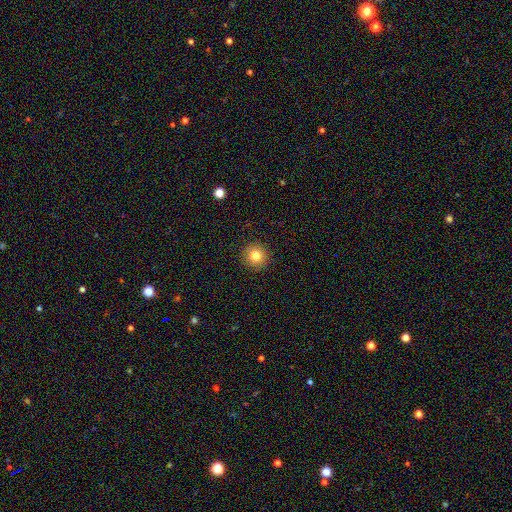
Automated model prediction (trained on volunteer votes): smooth-or-featured: smooth: 81% | star or artifact: 11% | featured or disk: 8%
  how-rounded: round: 94% | in between: 5% | cigar-shaped: 1%
  merging: none: 91% | minor disturbance: 6% | major disturbance: 2% | merger: 1%